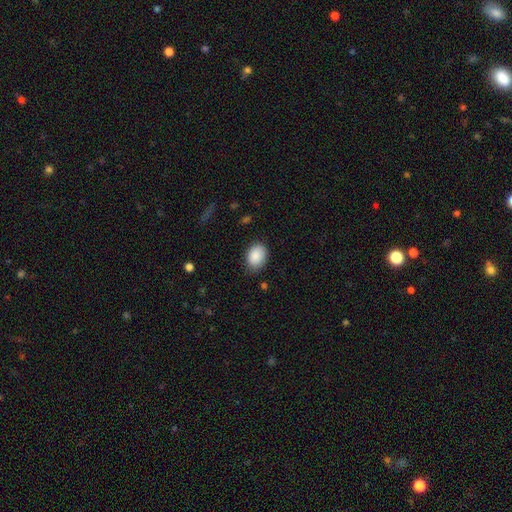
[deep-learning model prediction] The model was most divided on "how rounded": in between: 79%, round: 20%, cigar-shaped: 1%. More confident: smooth or featured — smooth (89%); merging — none (79%).